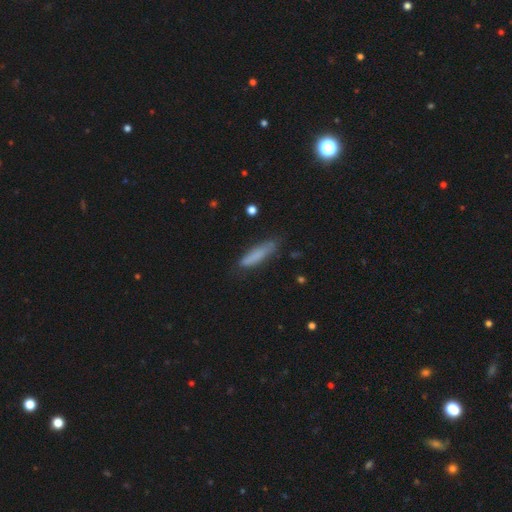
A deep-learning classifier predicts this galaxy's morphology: Smooth or featured: smooth — 78% (featured or disk — 14%)
How rounded: cigar-shaped — 79% (in between — 19%)
Merging: none — 74% (minor disturbance — 20%)